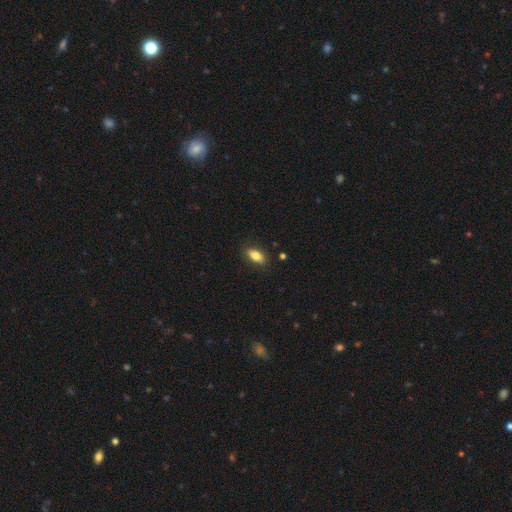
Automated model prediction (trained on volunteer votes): A smooth galaxy with no disk features (81%) that is in between round and cigar-shaped (86%).

Vote fractions:
- Smooth or featured? smooth: 81% / featured or disk: 12% / star or artifact: 8%
- How rounded? in between: 86% / cigar-shaped: 10% / round: 4%
- Merging? none: 86% / minor disturbance: 11% / major disturbance: 2% / merger: 1%